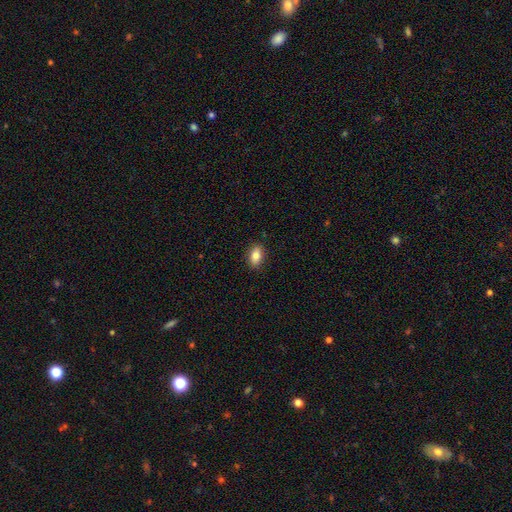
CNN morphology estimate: Smooth or featured: smooth — 83% (featured or disk — 9%)
How rounded: in between — 87% (round — 10%)
Merging: none — 89% (minor disturbance — 9%)